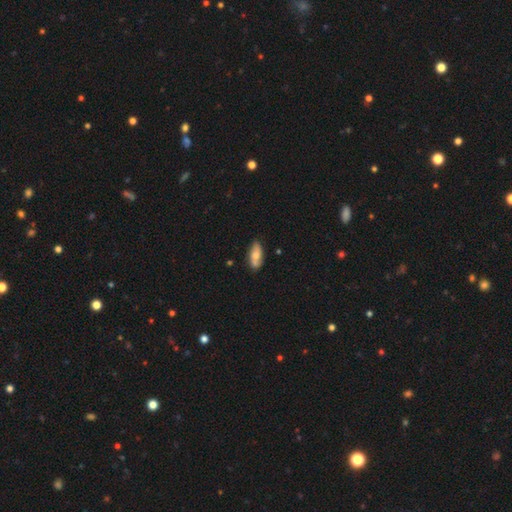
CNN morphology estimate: Q: Smooth or featured?
A: smooth (63%); runner-up: featured or disk (30%)
Q: How rounded?
A: in between (78%); runner-up: cigar-shaped (19%)
Q: Merging?
A: none (75%); runner-up: minor disturbance (18%)